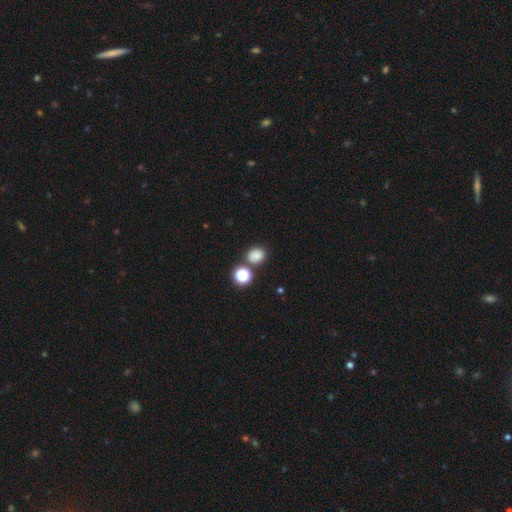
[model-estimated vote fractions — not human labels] Overall: smooth (80%). How rounded: round (58%; in between 41%). Merging: none (73%).